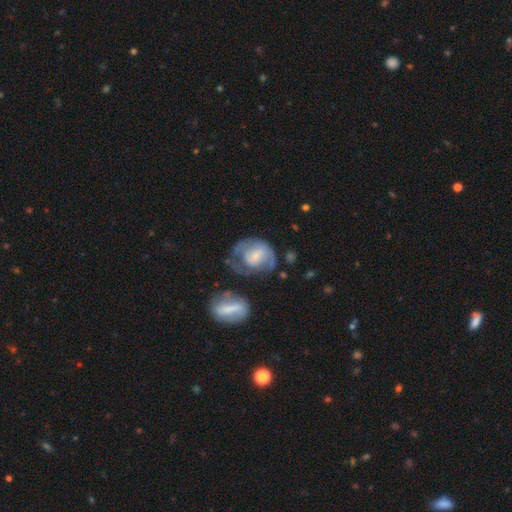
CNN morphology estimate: The model was most divided on "merging": none: 35%, major disturbance: 32%, minor disturbance: 24%, merger: 9%. More confident: edge-on disk — no (97%); spiral arms — yes (74%); smooth or featured — featured or disk (61%); bulge size — small (57%); bar — no (52%).